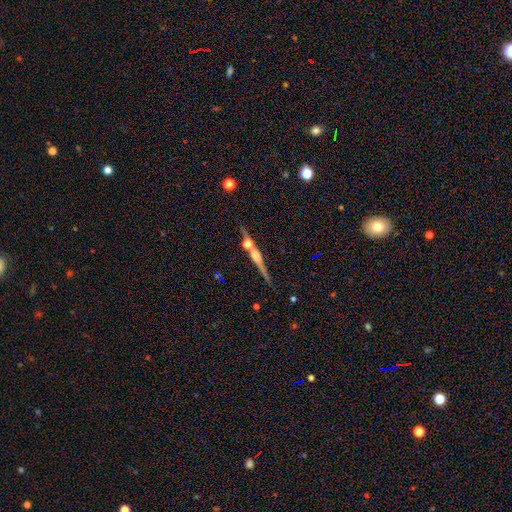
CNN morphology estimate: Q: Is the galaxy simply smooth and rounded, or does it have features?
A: featured or disk — 75%.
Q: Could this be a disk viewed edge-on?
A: yes — 95%.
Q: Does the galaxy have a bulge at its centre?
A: rounded — 81%.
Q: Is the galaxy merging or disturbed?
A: none — 69%.